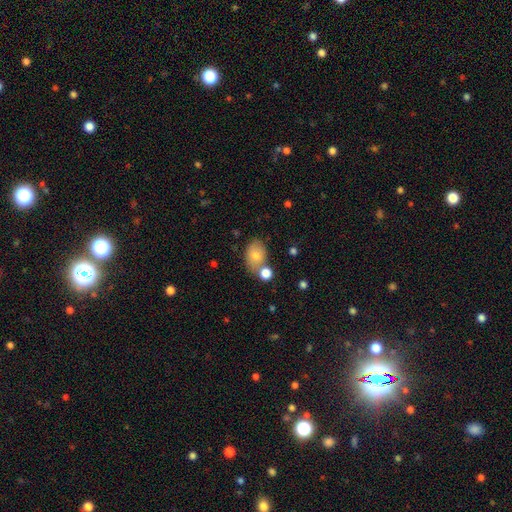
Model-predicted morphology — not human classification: The model was most divided on "merging": none: 57%, merger: 22%, minor disturbance: 16%, major disturbance: 5%. More confident: smooth or featured — smooth (76%); how rounded — in between (76%).